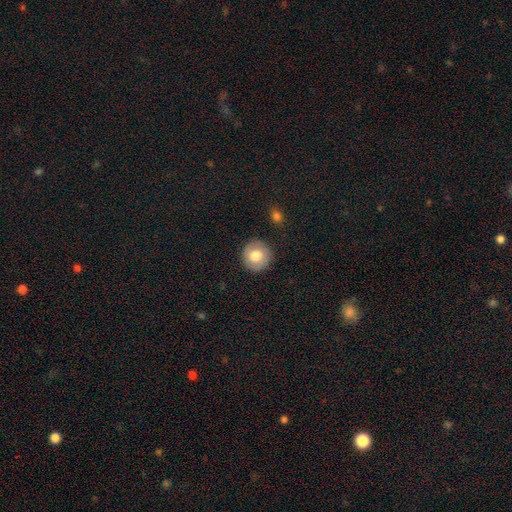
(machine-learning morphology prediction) Smooth or featured? Predicted: smooth (p=0.75). How rounded? Predicted: round (p=0.92). Merging? Predicted: none (p=0.90).